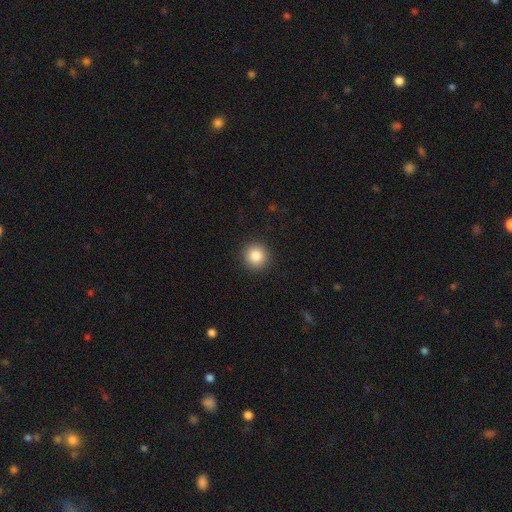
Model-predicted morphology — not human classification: This is clearly a smooth galaxy (85%). How rounded: clearly round (94%). Merging: clearly none (92%).